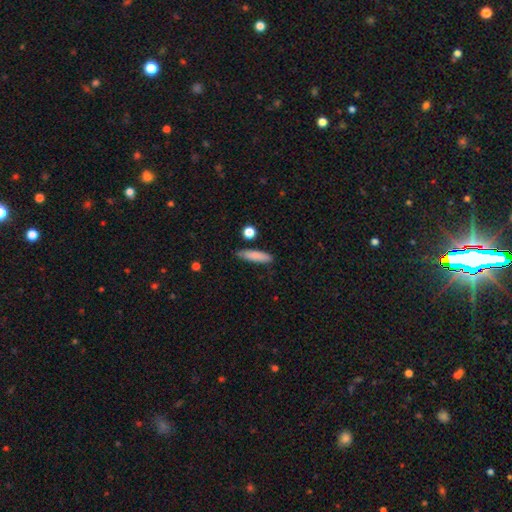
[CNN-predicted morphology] smooth 83%, featured or disk 10%, star or artifact 7%. Down the decision tree: how rounded — cigar-shaped (71%); merging — none (78%).